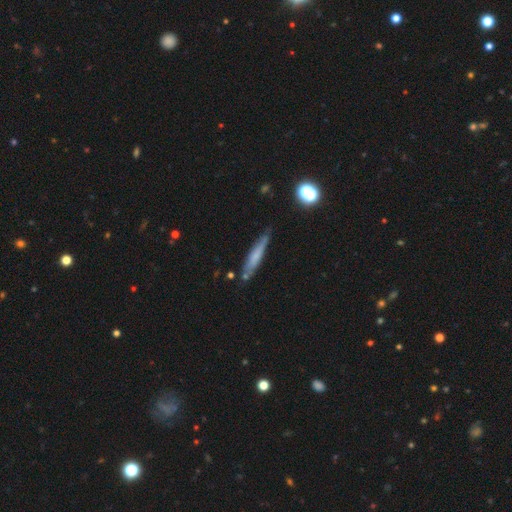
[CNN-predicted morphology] This appears to be a smooth galaxy with no disk features (61%) that is cigar-shaped (90%). Merging: none (71%).